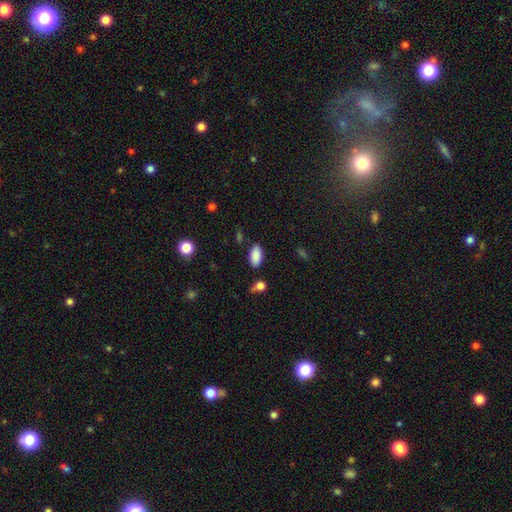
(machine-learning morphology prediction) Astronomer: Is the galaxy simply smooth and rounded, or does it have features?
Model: smooth — 88%.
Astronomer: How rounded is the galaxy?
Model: in between — 93%.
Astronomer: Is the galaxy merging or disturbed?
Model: none — 81%.